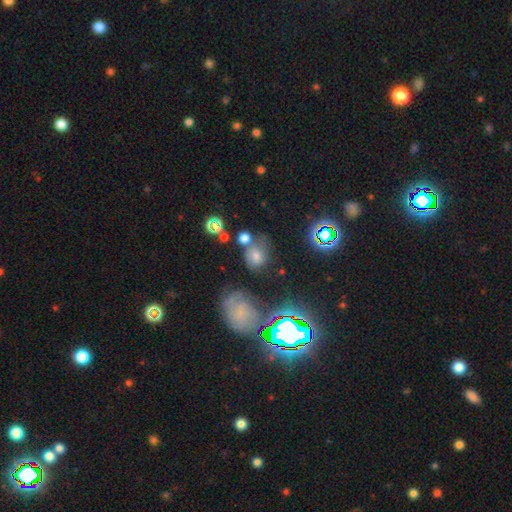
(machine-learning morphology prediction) This is marginally a smooth galaxy (44%). Merging: likely none (61%).